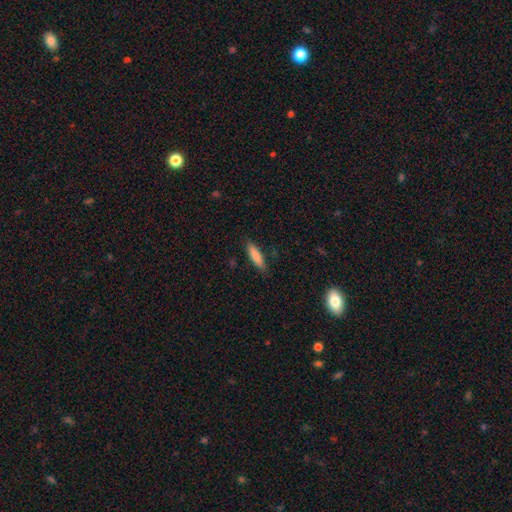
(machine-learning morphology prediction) smooth_or_featured: smooth (p=0.83) [alt: featured or disk p=0.11]
how_rounded: cigar-shaped (p=0.69) [alt: in between p=0.30]
merging: none (p=0.87) [alt: minor disturbance p=0.10]